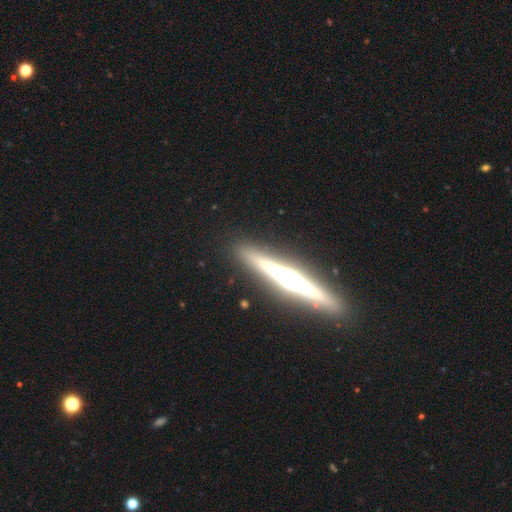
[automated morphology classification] smooth_or_featured: featured or disk (p=0.77) [alt: smooth p=0.17]
disk_edge_on: yes (p=0.97) [alt: no p=0.03]
edge_on_bulge: rounded (p=0.61) [alt: boxy p=0.22]
merging: none (p=0.91) [alt: minor disturbance p=0.06]